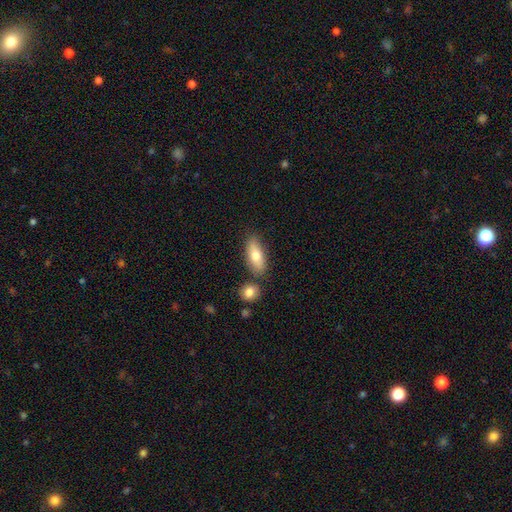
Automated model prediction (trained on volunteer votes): smooth_or_featured: smooth (p=0.74) [alt: featured or disk p=0.20]
how_rounded: in between (p=0.79) [alt: cigar-shaped p=0.18]
merging: none (p=0.73) [alt: minor disturbance p=0.13]